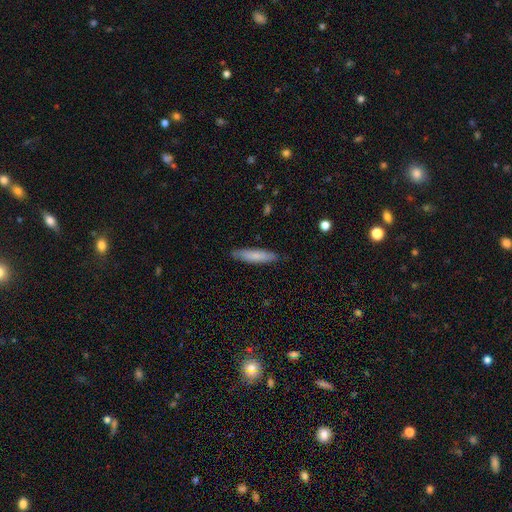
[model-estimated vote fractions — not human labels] This appears to be a smooth galaxy with no disk features (74%) that is cigar-shaped (78%). Merging: none (85%).